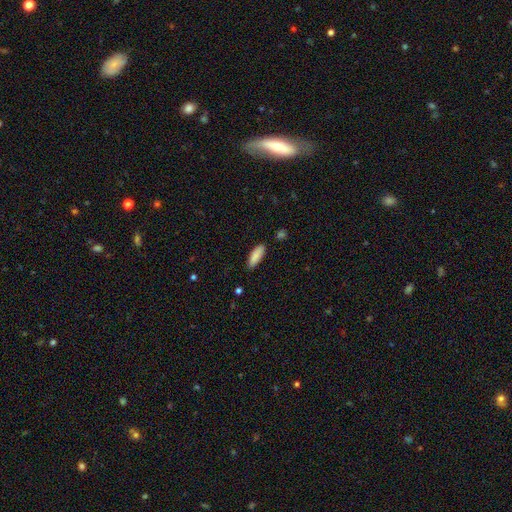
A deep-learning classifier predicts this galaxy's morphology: smooth_or_featured: smooth (p=0.88) [alt: star or artifact p=0.06]
how_rounded: in between (p=0.61) [alt: cigar-shaped p=0.37]
merging: none (p=0.86) [alt: minor disturbance p=0.10]